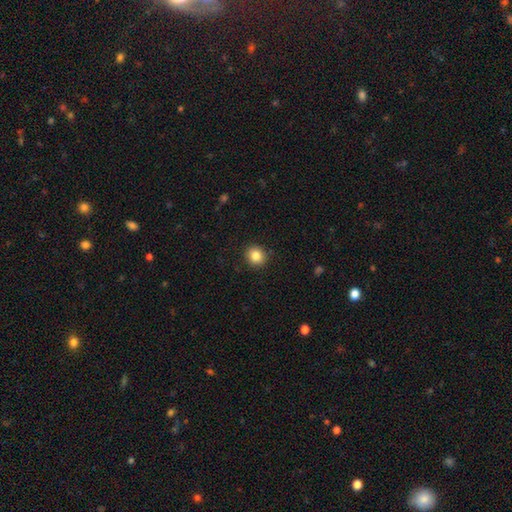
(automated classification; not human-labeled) Smooth or featured? Predicted: smooth (p=0.84). How rounded? Predicted: round (p=0.87). Merging? Predicted: none (p=0.91).